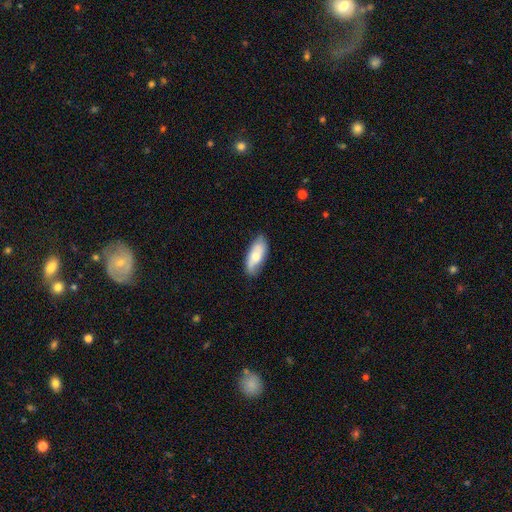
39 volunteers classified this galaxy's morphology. A smooth galaxy with no disk features (49%, tied with featured or disk) that is in between round and cigar-shaped (84%).

Vote fractions:
- Smooth or featured? smooth: 49% (tied) / featured or disk: 49% (tied) / star or artifact: 3%
- How rounded? in between: 84% / cigar-shaped: 16% / round: 0%
- Merging? none: 87% / minor disturbance: 8% / major disturbance: 5% / merger: 0%